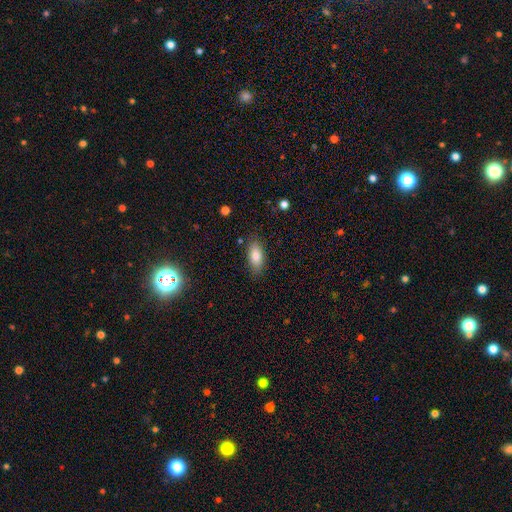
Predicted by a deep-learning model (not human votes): The model was most divided on "merging": none: 84%, minor disturbance: 11%, major disturbance: 3%, merger: 1%. More confident: how rounded — in between (88%); smooth or featured — smooth (83%).